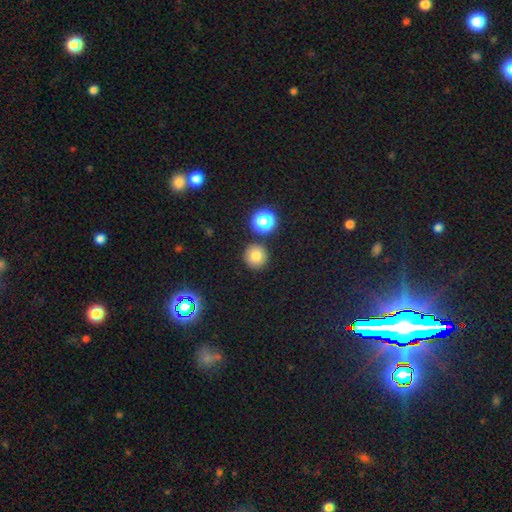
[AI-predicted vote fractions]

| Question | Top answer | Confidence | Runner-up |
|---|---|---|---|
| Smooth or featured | smooth | 78% | star or artifact (14%) |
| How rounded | round | 94% | in between (5%) |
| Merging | none | 86% | minor disturbance (6%) |